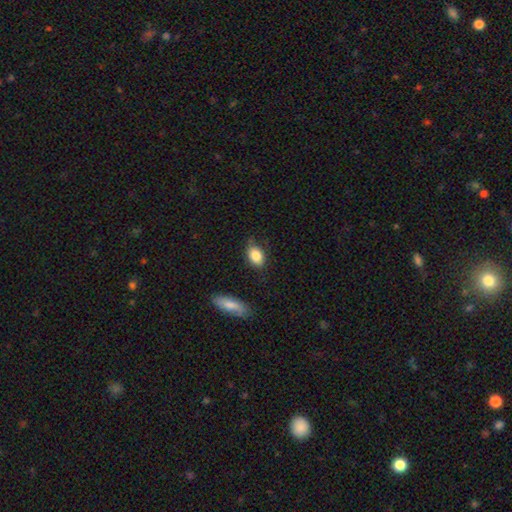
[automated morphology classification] Smooth or featured?
  - smooth: 86% *
  - star or artifact: 7%
  - featured or disk: 7%
How rounded?
  - in between: 82% *
  - round: 16%
  - cigar-shaped: 2%
Merging?
  - none: 70% *
  - minor disturbance: 22%
  - major disturbance: 4%
  - merger: 3%